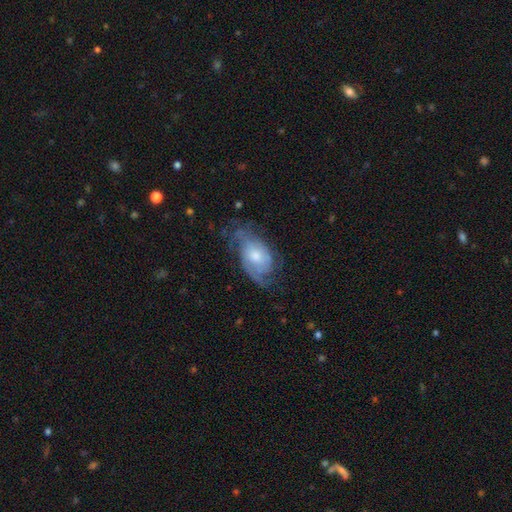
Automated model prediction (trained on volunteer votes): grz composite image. It shows a featured or disk galaxy (74%) with no bar (72%), 2 (37%) tight (42%) spiral arms (88%) and a moderate central bulge (60%). Merging: none (57%).